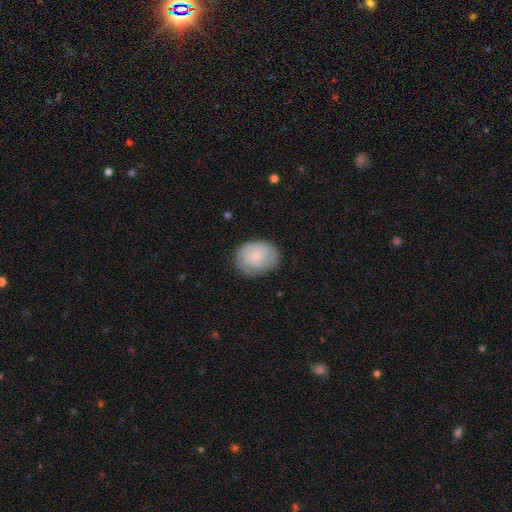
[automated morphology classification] type=smooth (56%); roundness=in between (58%); merging=none (73%).